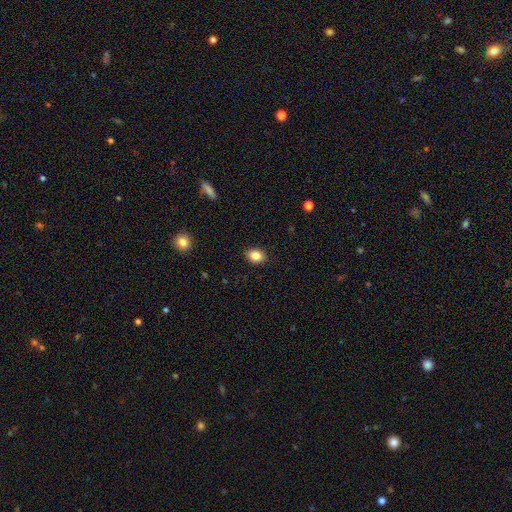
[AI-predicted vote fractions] smooth-or-featured: smooth: 85% | star or artifact: 10% | featured or disk: 6%
  how-rounded: in between: 58% | round: 41% | cigar-shaped: 1%
  merging: none: 89% | minor disturbance: 8% | major disturbance: 2% | merger: 1%